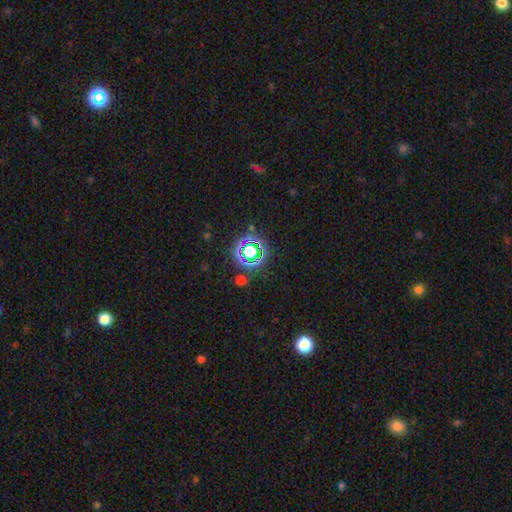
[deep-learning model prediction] This appears to be a star or artifact, not a galaxy (65%).